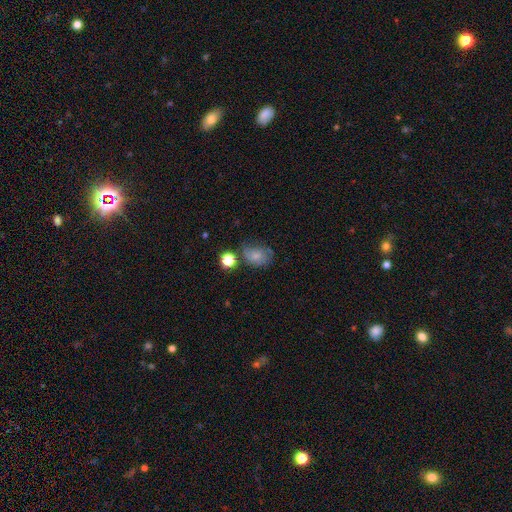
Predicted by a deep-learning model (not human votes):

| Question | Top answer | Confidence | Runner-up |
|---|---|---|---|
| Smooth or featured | smooth | 70% | featured or disk (17%) |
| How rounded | in between | 62% | round (37%) |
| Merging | none | 47% | minor disturbance (30%) |